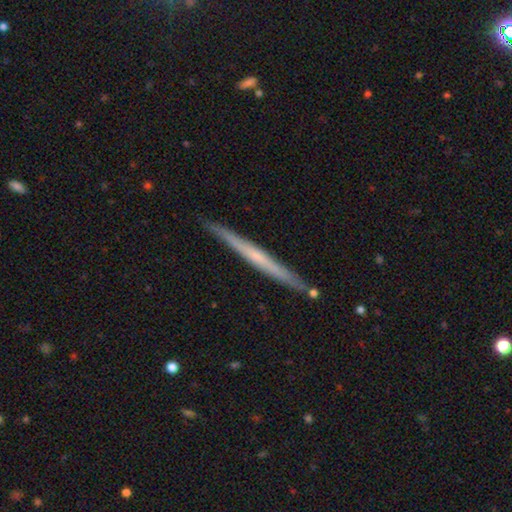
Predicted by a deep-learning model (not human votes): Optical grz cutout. It shows a featured or disk galaxy (59%) viewed edge-on (97%) with no central bulge (72%). Merging: none (89%).